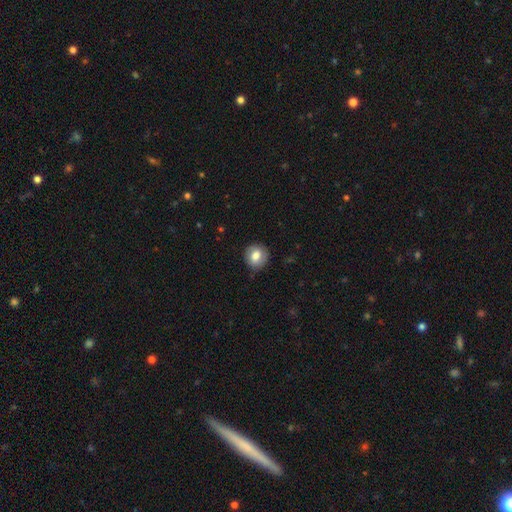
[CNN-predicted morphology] This is likely a smooth galaxy (77%). How rounded: clearly round (86%). Merging: clearly none (84%).